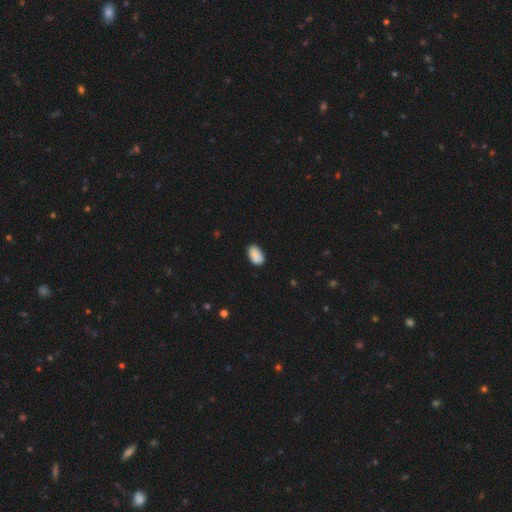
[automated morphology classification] smooth_or_featured: smooth (p=0.86) [alt: star or artifact p=0.08]
how_rounded: in between (p=0.92) [alt: round p=0.06]
merging: none (p=0.76) [alt: minor disturbance p=0.18]